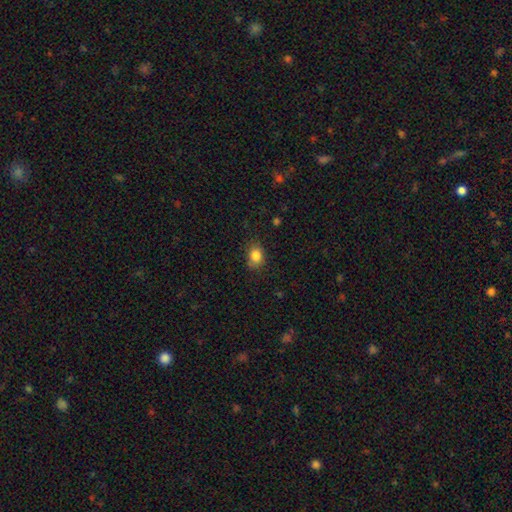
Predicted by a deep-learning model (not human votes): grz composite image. It shows a smooth galaxy with no disk features (84%) that is in between round and cigar-shaped (50%). Merging: none (77%).